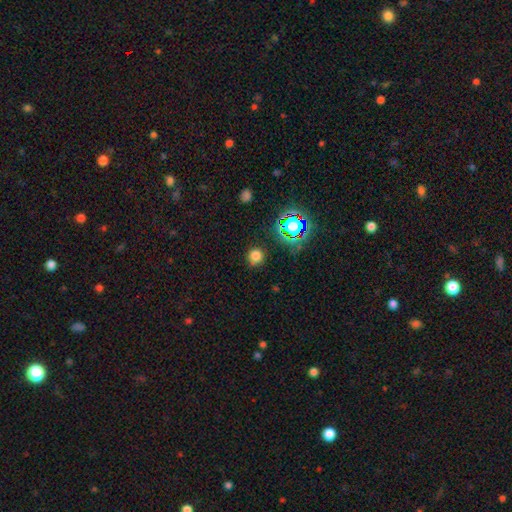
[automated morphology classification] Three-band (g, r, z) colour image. It shows a smooth galaxy with no disk features (72%) that is round (88%). Merging: none (84%).